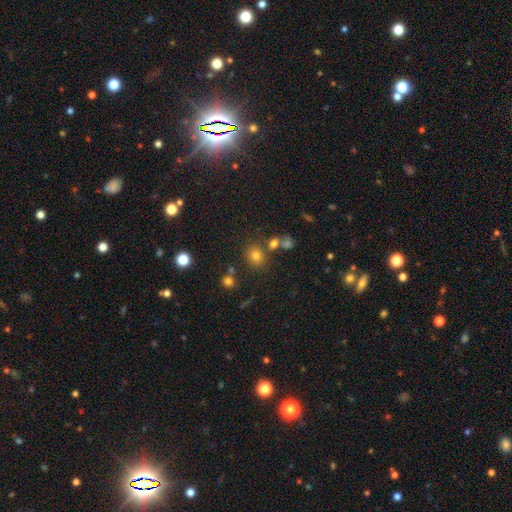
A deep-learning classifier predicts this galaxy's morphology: smooth 75%, star or artifact 17%, featured or disk 8%. Down the decision tree: how rounded — round (80%); merging — none (75%).